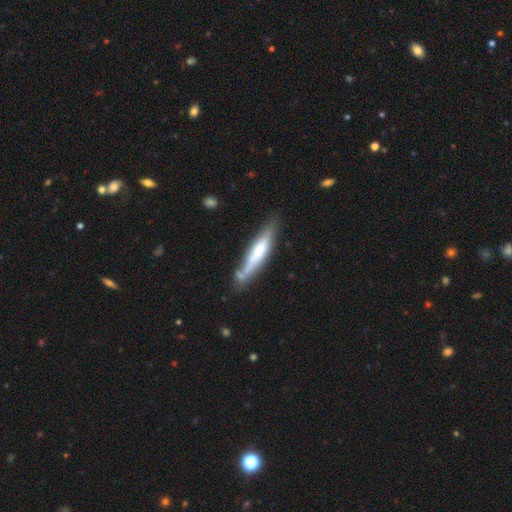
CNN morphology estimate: smooth_or_featured: smooth (p=0.47) [tied with: featured or disk p=0.47]
merging: none (p=0.60) [alt: minor disturbance p=0.24]